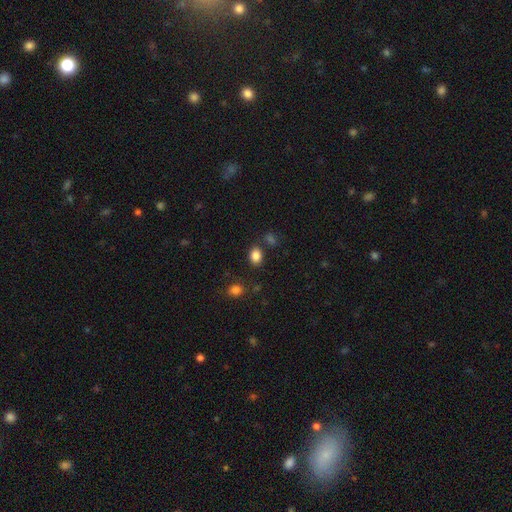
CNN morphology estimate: smooth-or-featured: smooth: 85% | star or artifact: 10% | featured or disk: 5%
  how-rounded: in between: 69% | round: 30% | cigar-shaped: 1%
  merging: none: 77% | minor disturbance: 12% | merger: 7% | major disturbance: 4%